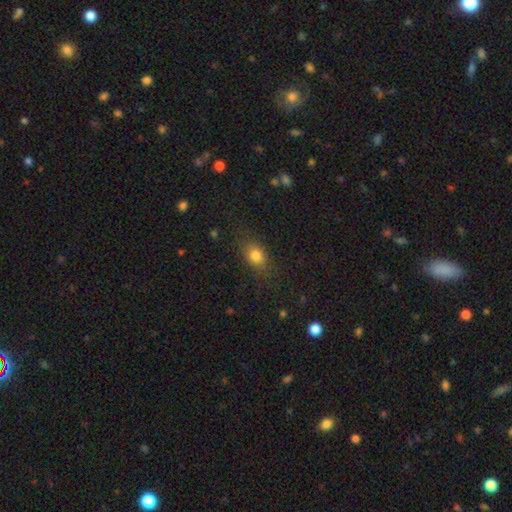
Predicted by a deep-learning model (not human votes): smooth-or-featured: smooth: 79% | star or artifact: 12% | featured or disk: 9%
  how-rounded: in between: 61% | round: 36% | cigar-shaped: 3%
  merging: none: 79% | minor disturbance: 15% | major disturbance: 5% | merger: 1%